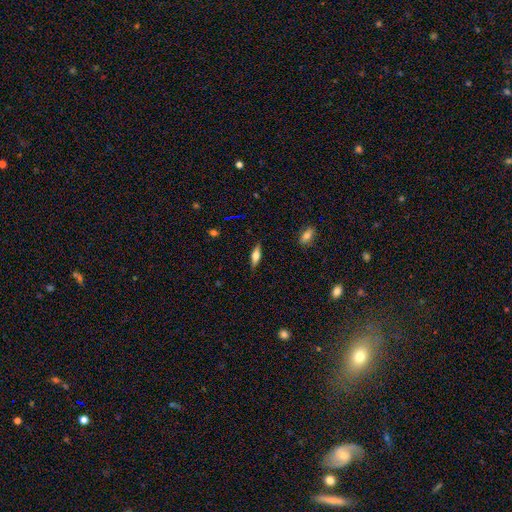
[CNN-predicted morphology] smooth 46% (tied), featured or disk 46% (tied), star or artifact 8%. Down the decision tree: merging — none (87%).